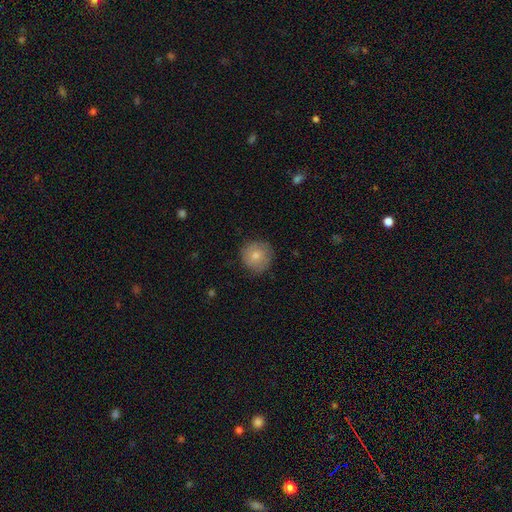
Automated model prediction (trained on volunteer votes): Smooth or featured? smooth (78%)
How rounded? round (94%)
Merging? none (84%)